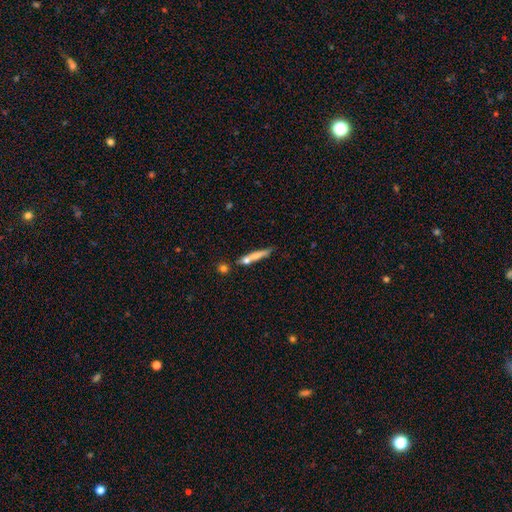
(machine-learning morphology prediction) smooth_or_featured: smooth (p=0.63) [alt: featured or disk p=0.29]
how_rounded: cigar-shaped (p=0.90) [alt: in between p=0.07]
merging: none (p=0.63) [alt: merger p=0.17]